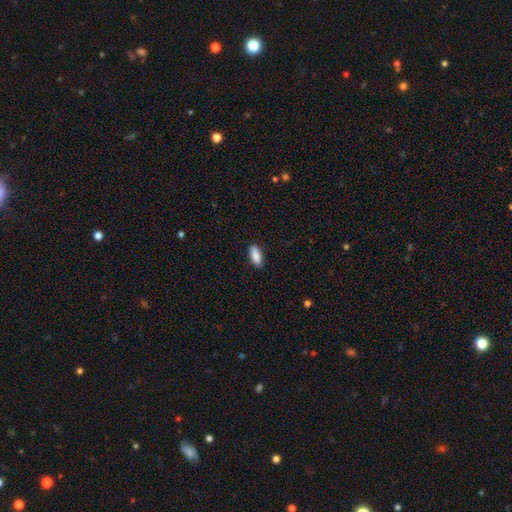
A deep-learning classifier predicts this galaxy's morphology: Smooth or featured? Predicted: smooth (p=0.89). How rounded? Predicted: in between (p=0.81). Merging? Predicted: none (p=0.89).